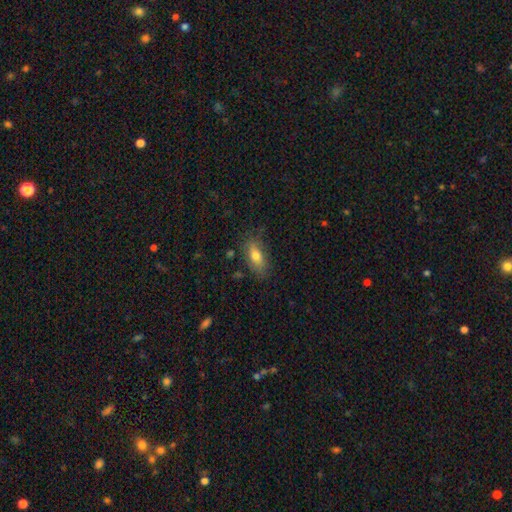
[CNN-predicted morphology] Smooth or featured?
  - smooth: 73% *
  - featured or disk: 19%
  - star or artifact: 8%
How rounded?
  - in between: 81% *
  - cigar-shaped: 15%
  - round: 4%
Merging?
  - none: 74% *
  - minor disturbance: 19%
  - major disturbance: 5%
  - merger: 2%